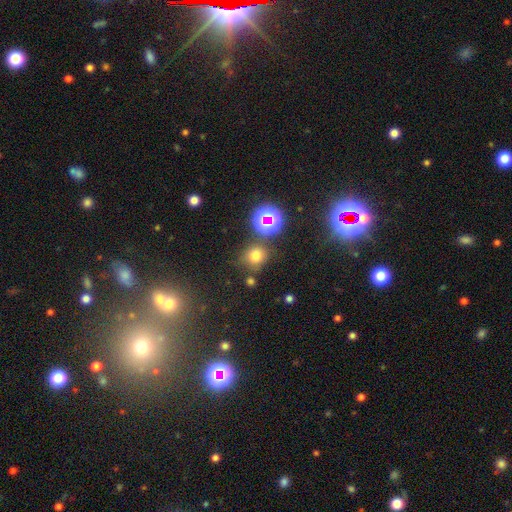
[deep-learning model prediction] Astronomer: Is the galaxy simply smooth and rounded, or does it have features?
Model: smooth — 69%.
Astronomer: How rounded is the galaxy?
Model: round — 86%.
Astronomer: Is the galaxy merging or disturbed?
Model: none — 76%.